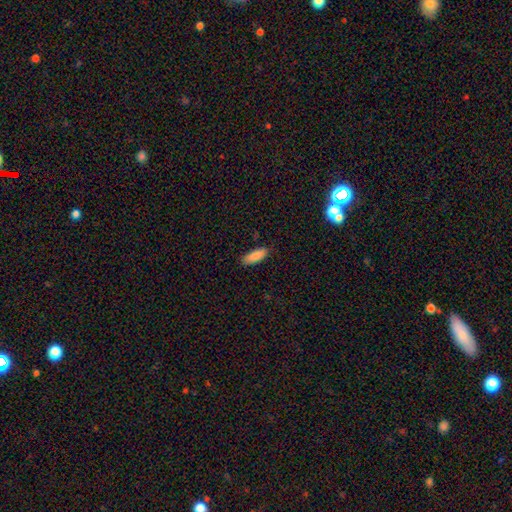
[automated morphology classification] smooth_or_featured: smooth (p=0.86) [alt: featured or disk p=0.07]
how_rounded: in between (p=0.64) [alt: cigar-shaped p=0.34]
merging: none (p=0.85) [alt: minor disturbance p=0.12]